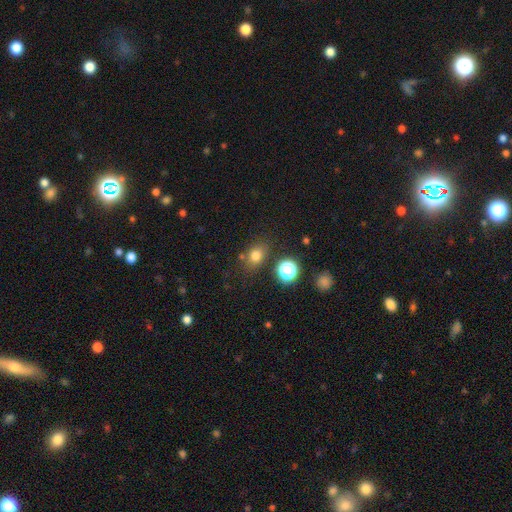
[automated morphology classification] This appears to be a smooth galaxy with no disk features (75%) that is in between round and cigar-shaped (51%). Merging: none (75%).